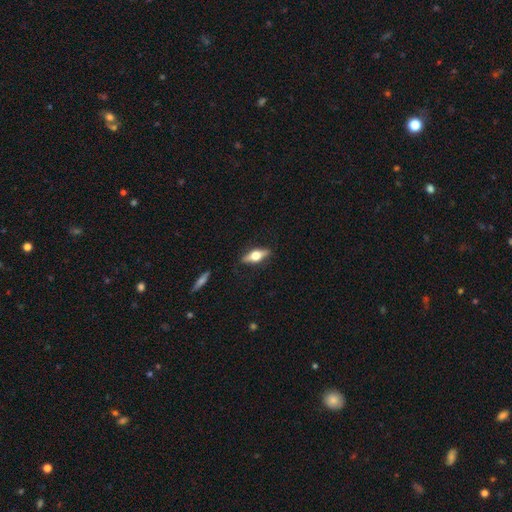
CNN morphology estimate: A featured or disk galaxy (60%) viewed edge-on (94%) with a rounded central bulge (95%). Merging: none (87%).